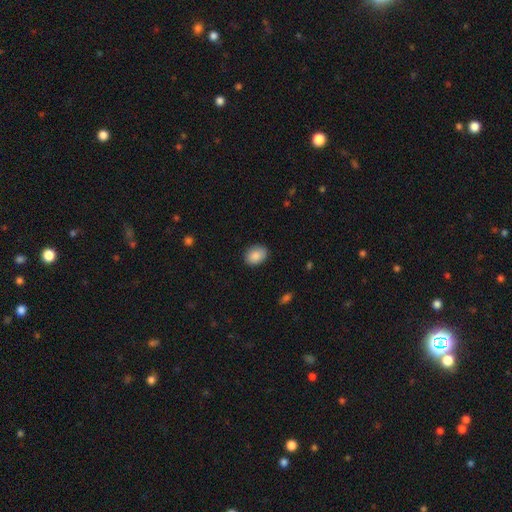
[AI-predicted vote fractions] smooth 88%, star or artifact 7%, featured or disk 5%. Down the decision tree: how rounded — in between (72%); merging — none (84%).